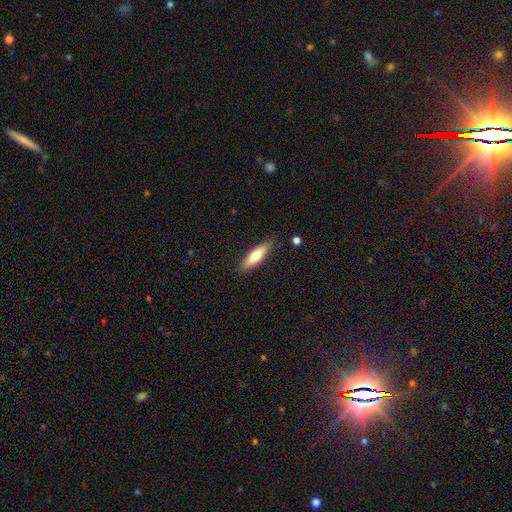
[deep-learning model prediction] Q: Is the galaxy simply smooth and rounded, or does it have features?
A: smooth — 70%.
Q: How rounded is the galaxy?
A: cigar-shaped — 61%.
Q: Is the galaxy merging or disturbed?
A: none — 85%.